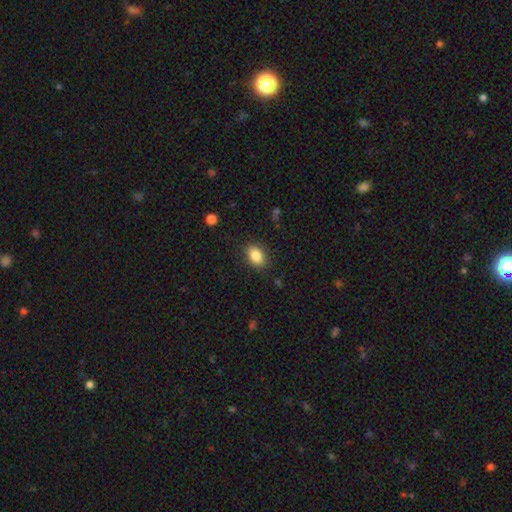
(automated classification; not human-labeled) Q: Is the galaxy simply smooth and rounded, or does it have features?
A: smooth — 86%.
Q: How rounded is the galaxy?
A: in between — 84%.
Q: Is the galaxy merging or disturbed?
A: none — 85%.